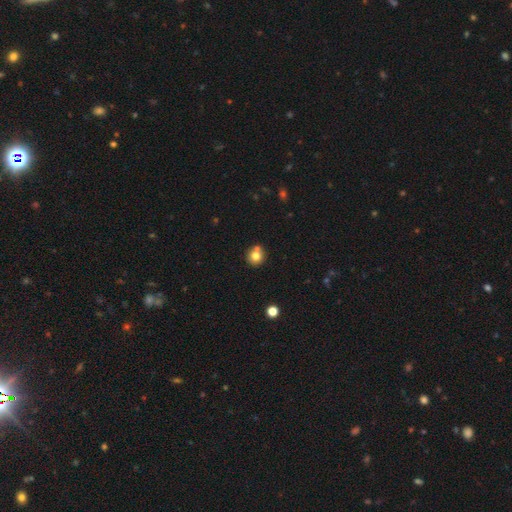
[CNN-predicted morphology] Smooth or featured?
  - smooth: 78% *
  - star or artifact: 12%
  - featured or disk: 11%
How rounded?
  - round: 91% *
  - in between: 8%
  - cigar-shaped: 1%
Merging?
  - none: 69% *
  - merger: 20%
  - minor disturbance: 9%
  - major disturbance: 2%